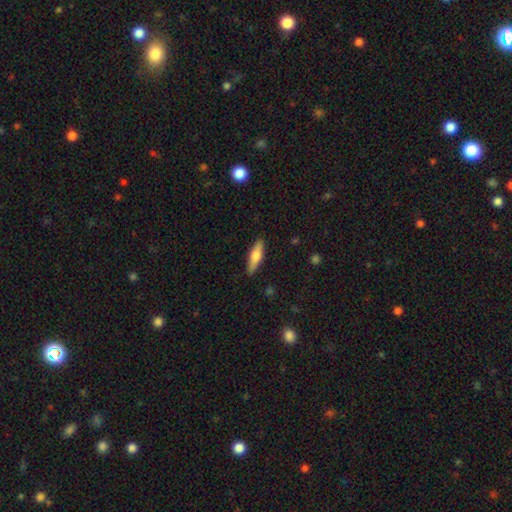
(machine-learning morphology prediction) Smooth or featured: smooth — 53% (featured or disk — 41%)
How rounded: cigar-shaped — 63% (in between — 34%)
Merging: none — 89% (minor disturbance — 8%)